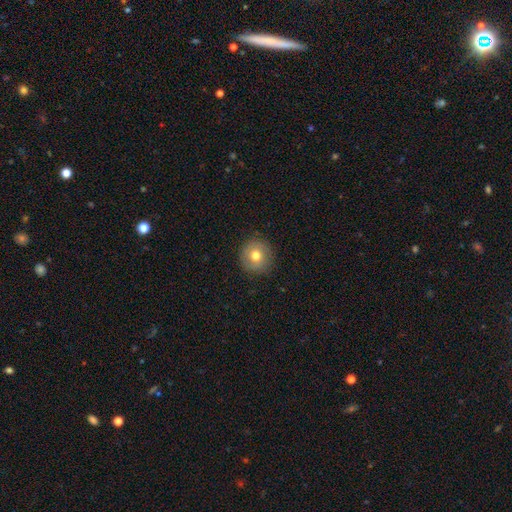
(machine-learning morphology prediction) smooth_or_featured: smooth (p=0.71) [alt: featured or disk p=0.18]
how_rounded: round (p=0.94) [alt: in between p=0.05]
merging: none (p=0.88) [alt: minor disturbance p=0.09]